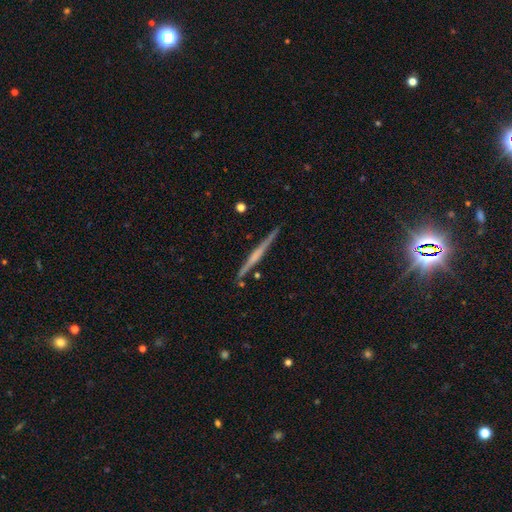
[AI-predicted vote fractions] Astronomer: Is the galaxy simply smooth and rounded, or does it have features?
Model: featured or disk — 70%.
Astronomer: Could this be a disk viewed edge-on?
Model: yes — 98%.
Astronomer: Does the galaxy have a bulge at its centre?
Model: none — 52% (runner-up: rounded, 33%).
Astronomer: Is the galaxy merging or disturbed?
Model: none — 89%.